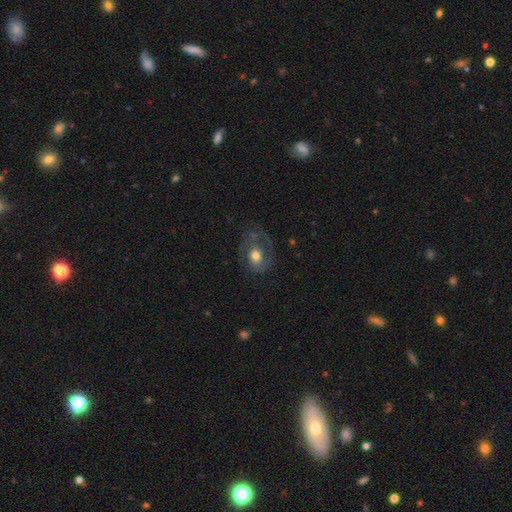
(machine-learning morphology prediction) This is likely a featured or disk galaxy (63%). It is clearly not viewed edge-on (97%). Bar: likely no (73%). Spiral arm pattern: likely yes (78%). Central bulge: likely moderate (67%). Merging: possibly none (52%).